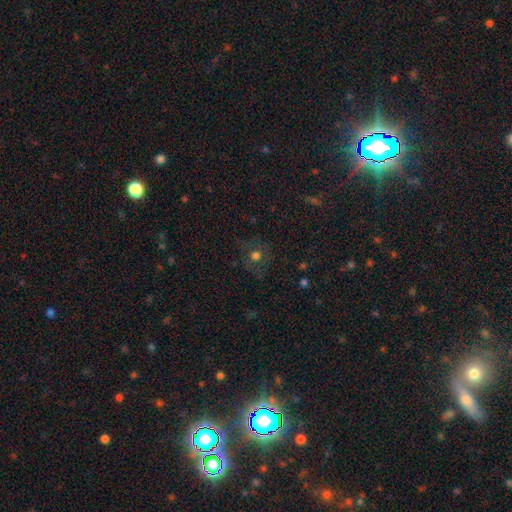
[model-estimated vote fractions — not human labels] Smooth or featured? smooth (50%)
Merging? none (75%)